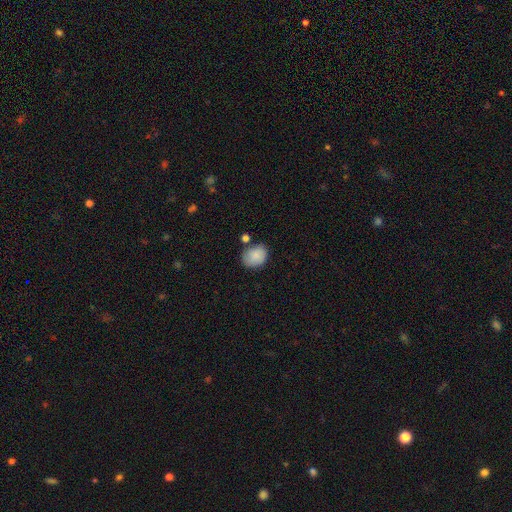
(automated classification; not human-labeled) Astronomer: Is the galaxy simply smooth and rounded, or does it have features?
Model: smooth — 86%.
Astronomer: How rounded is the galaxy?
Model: in between — 53% (runner-up: round, 46%).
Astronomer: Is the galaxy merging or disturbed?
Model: none — 65%.